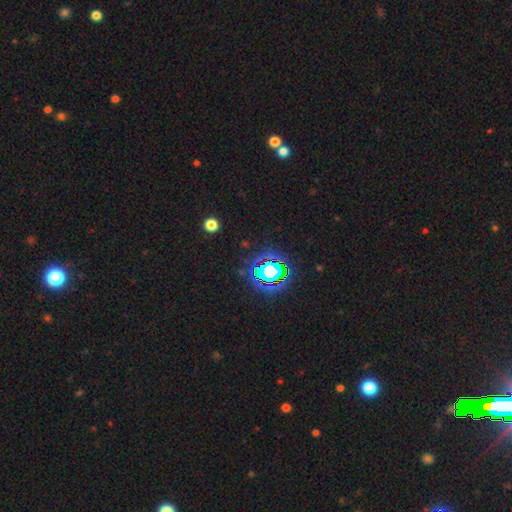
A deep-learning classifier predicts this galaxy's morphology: The model was most divided on "smooth or featured": star or artifact: 79%, smooth: 13%, featured or disk: 8%.